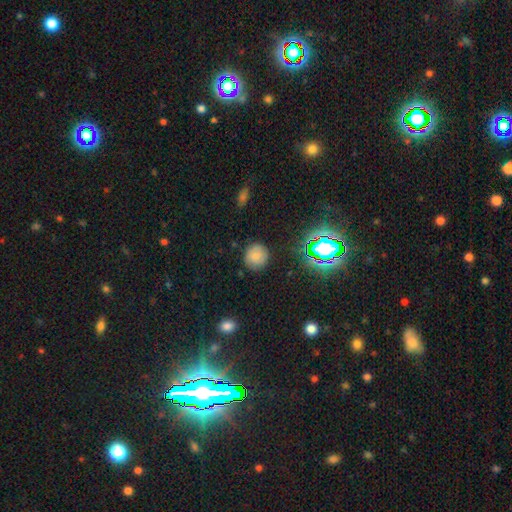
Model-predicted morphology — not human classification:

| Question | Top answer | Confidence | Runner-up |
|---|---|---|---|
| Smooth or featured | smooth | 73% | star or artifact (16%) |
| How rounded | round | 90% | in between (9%) |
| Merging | none | 84% | minor disturbance (11%) |